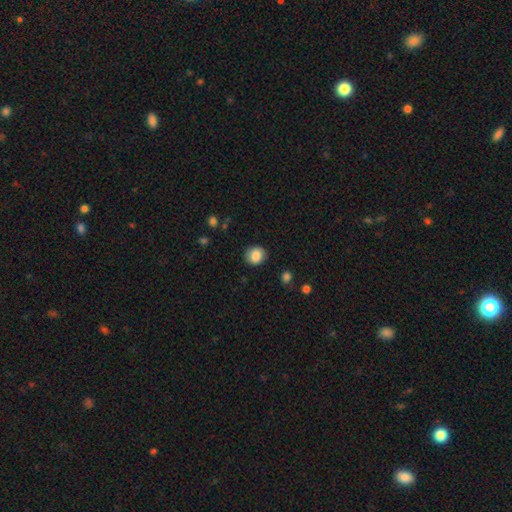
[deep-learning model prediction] The model was most divided on "how rounded": round: 76%, in between: 23%, cigar-shaped: 1%. More confident: merging — none (87%); smooth or featured — smooth (85%).